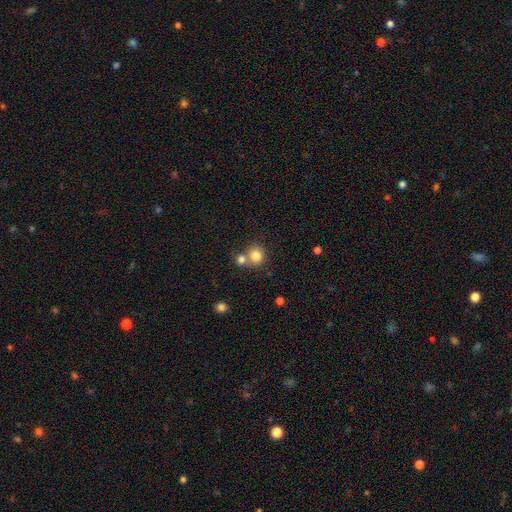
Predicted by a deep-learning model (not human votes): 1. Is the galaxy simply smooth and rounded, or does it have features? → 81% smooth, 11% star or artifact, 8% featured or disk.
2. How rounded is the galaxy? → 86% round, 13% in between, 1% cigar-shaped.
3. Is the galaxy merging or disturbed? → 53% none, 37% merger, 8% minor disturbance, 3% major disturbance.